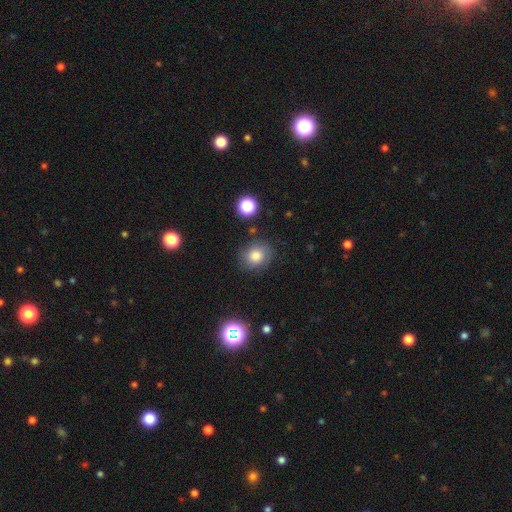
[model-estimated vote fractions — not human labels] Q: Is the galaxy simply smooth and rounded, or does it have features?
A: smooth — 77%.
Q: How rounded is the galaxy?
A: round — 74%.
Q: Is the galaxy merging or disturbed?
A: none — 81%.